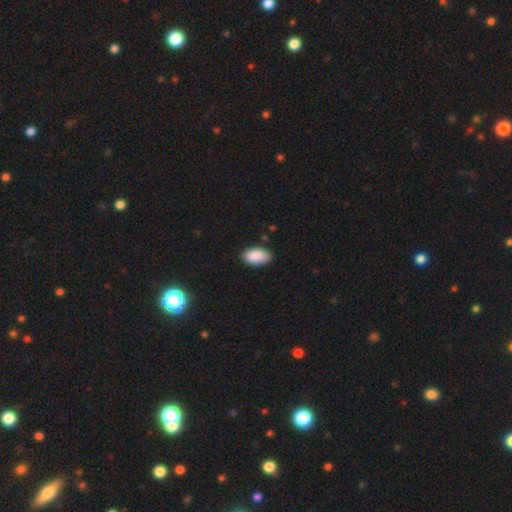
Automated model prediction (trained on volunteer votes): Smooth or featured? smooth (89%)
How rounded? in between (95%)
Merging? none (84%)